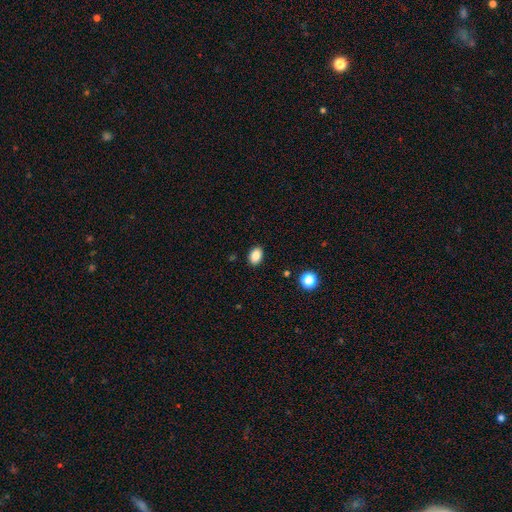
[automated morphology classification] Smooth or featured: smooth — 87% (star or artifact — 9%)
How rounded: in between — 81% (round — 18%)
Merging: none — 89% (minor disturbance — 8%)